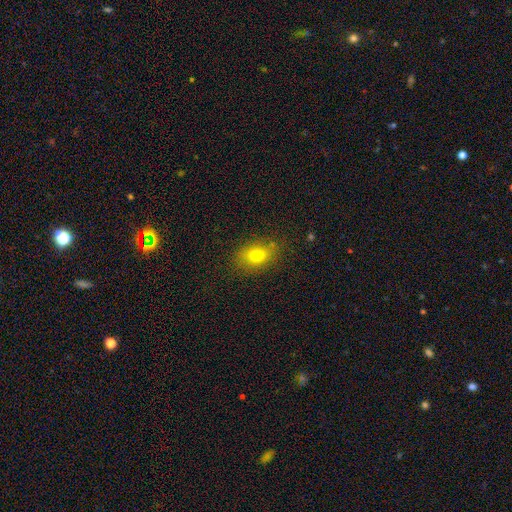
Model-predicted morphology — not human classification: type=smooth (72%); roundness=in between (71%); merging=none (64%).